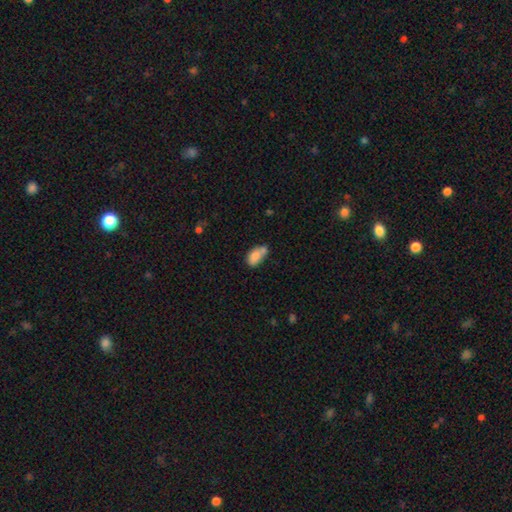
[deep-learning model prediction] Overall: smooth (79%). How rounded: in between (89%). Merging: none (37%; merger 35%).